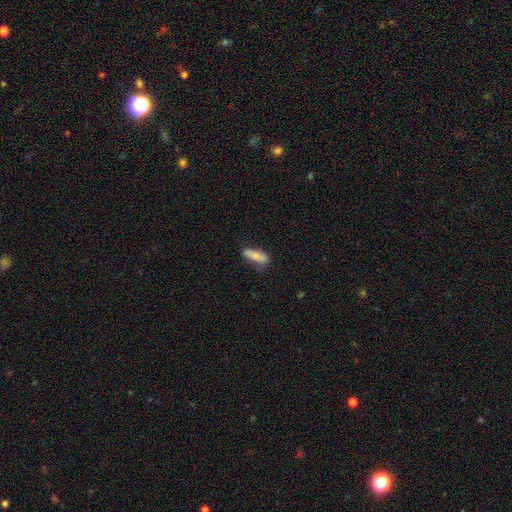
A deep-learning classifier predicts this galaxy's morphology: Smooth or featured? smooth (74%)
How rounded? in between (55%)
Merging? none (71%)